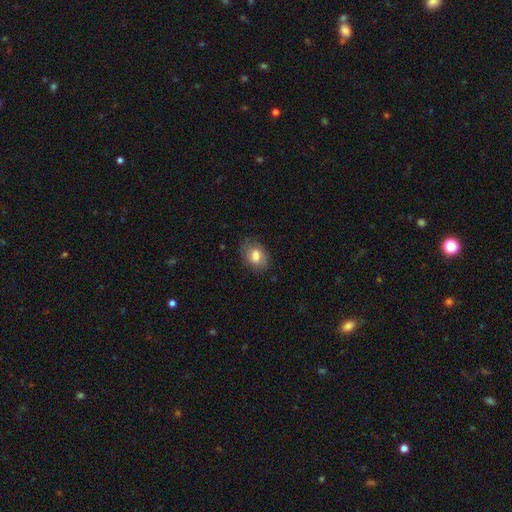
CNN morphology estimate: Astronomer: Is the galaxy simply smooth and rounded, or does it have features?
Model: smooth — 73%.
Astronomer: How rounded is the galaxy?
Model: in between — 75%.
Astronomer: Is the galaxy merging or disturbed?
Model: none — 73%.